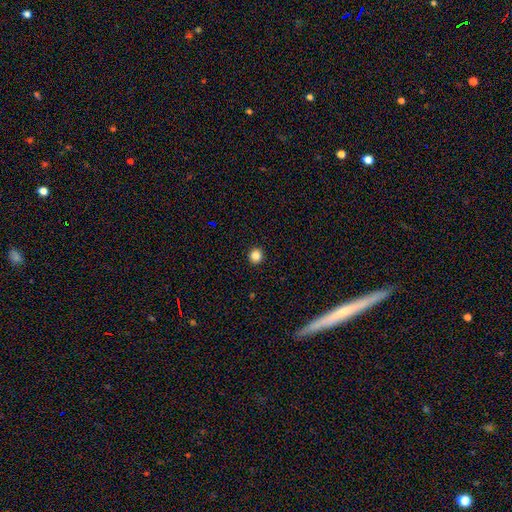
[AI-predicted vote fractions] smooth 86%, star or artifact 11%, featured or disk 3%. Down the decision tree: how rounded — round (93%); merging — none (94%).